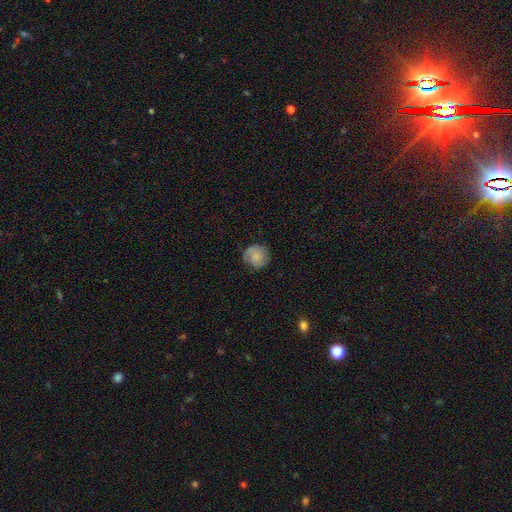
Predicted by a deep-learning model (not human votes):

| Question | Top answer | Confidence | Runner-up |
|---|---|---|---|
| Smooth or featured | smooth | 61% | featured or disk (31%) |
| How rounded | round | 88% | in between (11%) |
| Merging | none | 72% | minor disturbance (19%) |